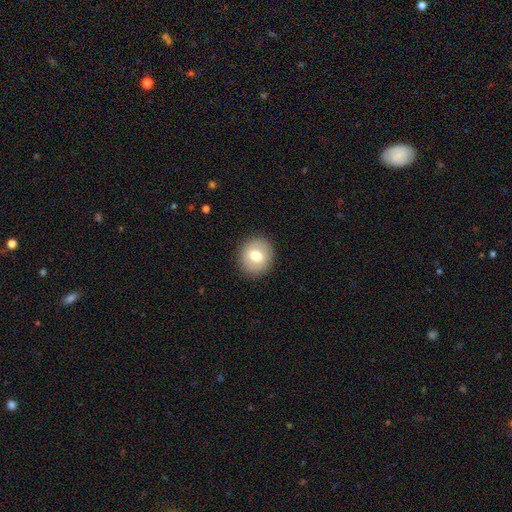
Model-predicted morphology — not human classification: Q: Smooth or featured?
A: smooth (72%); runner-up: featured or disk (19%)
Q: How rounded?
A: round (81%); runner-up: in between (18%)
Q: Merging?
A: none (90%); runner-up: minor disturbance (7%)